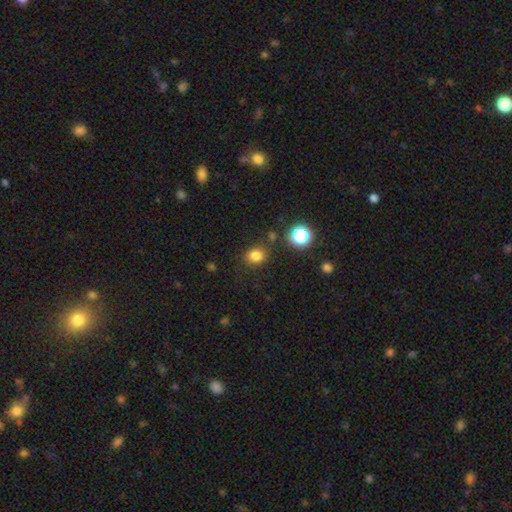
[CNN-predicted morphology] This appears to be a smooth galaxy with no disk features (80%) that is round (68%). Merging: none (80%).